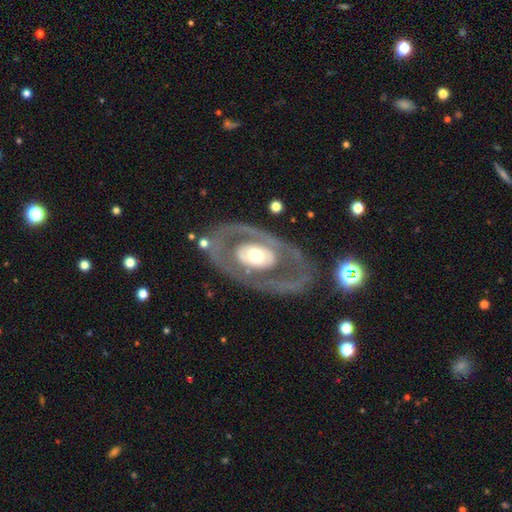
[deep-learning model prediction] The model was most divided on "bulge size": moderate: 59%, large: 30%, small: 7%, dominant: 3%, none: 1%. More confident: edge-on disk — no (91%); bar — no (82%); spiral arms — no (73%); merging — none (73%); smooth or featured — featured or disk (72%).